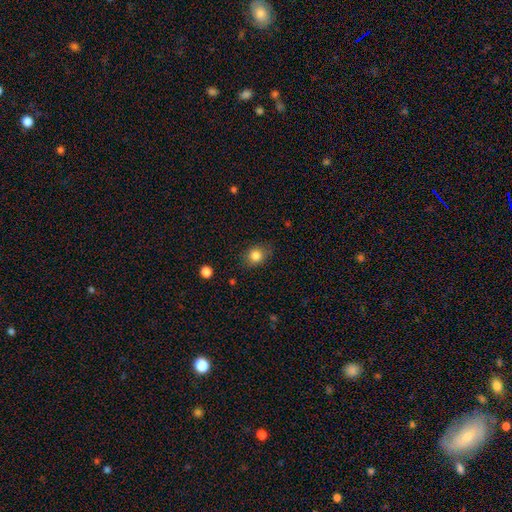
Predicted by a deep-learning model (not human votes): A smooth galaxy with no disk features (83%) that is round (60%).

Vote fractions:
- Smooth or featured? smooth: 83% / star or artifact: 10% / featured or disk: 6%
- How rounded? round: 60% / in between: 39% / cigar-shaped: 1%
- Merging? none: 79% / minor disturbance: 15% / major disturbance: 4% / merger: 1%